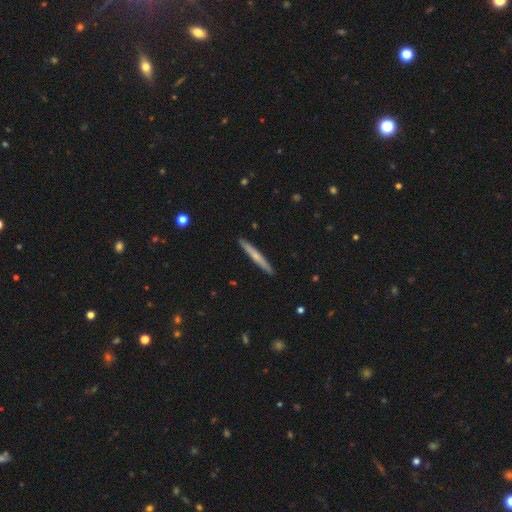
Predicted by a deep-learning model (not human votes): Smooth or featured: smooth — 53% (featured or disk — 42%)
How rounded: cigar-shaped — 96% (in between — 2%)
Merging: none — 92% (minor disturbance — 6%)